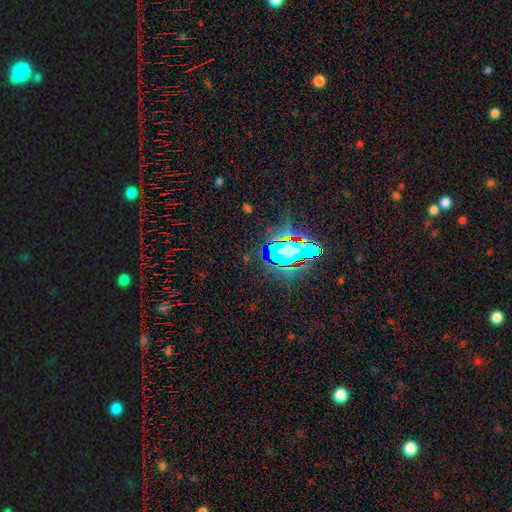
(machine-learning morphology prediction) A star or artifact, not a galaxy (69%).